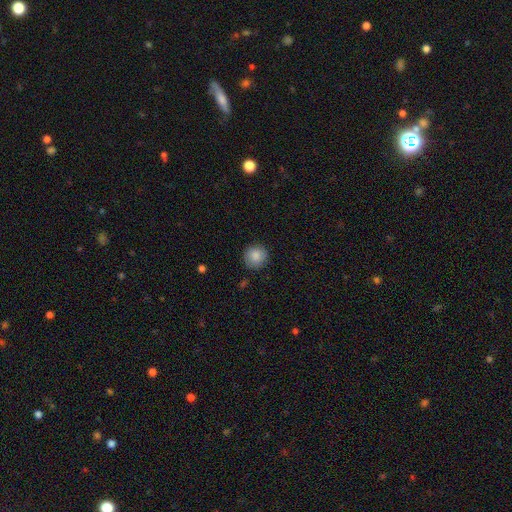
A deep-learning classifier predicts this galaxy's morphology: Smooth or featured? Predicted: smooth (p=0.86). How rounded? Predicted: round (p=0.93). Merging? Predicted: none (p=0.88).